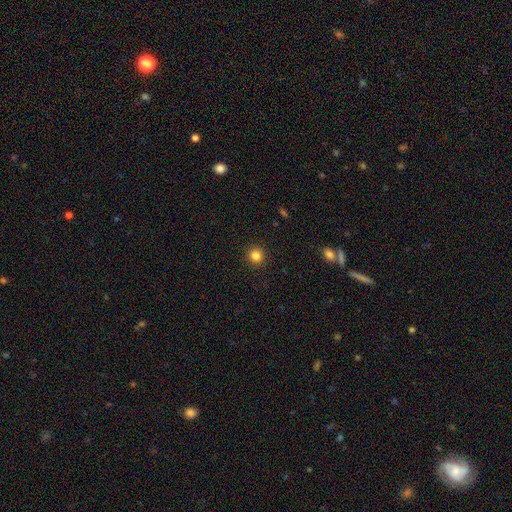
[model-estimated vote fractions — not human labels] smooth_or_featured: smooth (p=0.84) [alt: star or artifact p=0.12]
how_rounded: round (p=0.94) [alt: in between p=0.05]
merging: none (p=0.92) [alt: minor disturbance p=0.05]